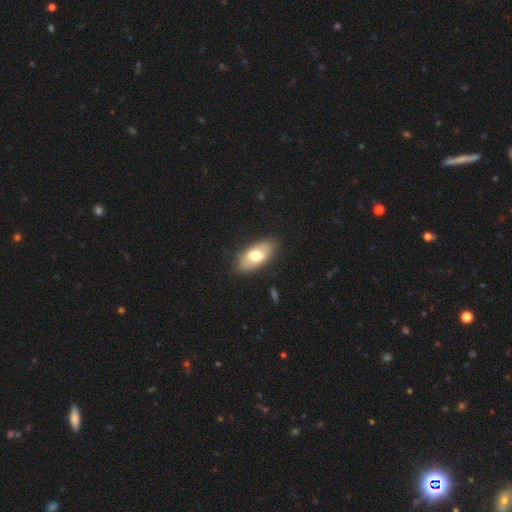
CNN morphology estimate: The model was most divided on "smooth or featured": smooth: 67%, featured or disk: 27%, star or artifact: 6%. More confident: how rounded — in between (91%); merging — none (85%).